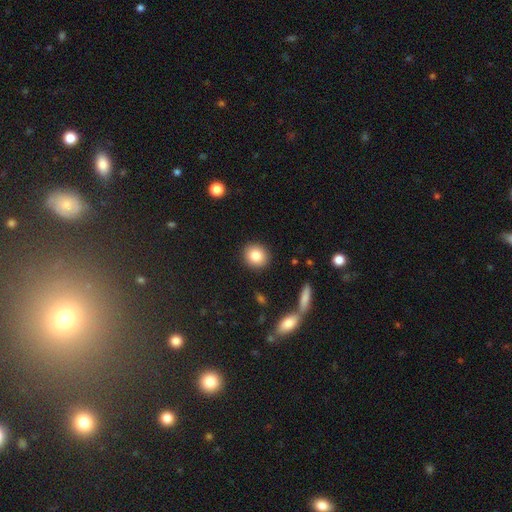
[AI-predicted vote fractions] smooth_or_featured: smooth (p=0.84) [alt: star or artifact p=0.09]
how_rounded: round (p=0.77) [alt: in between p=0.21]
merging: none (p=0.90) [alt: minor disturbance p=0.06]